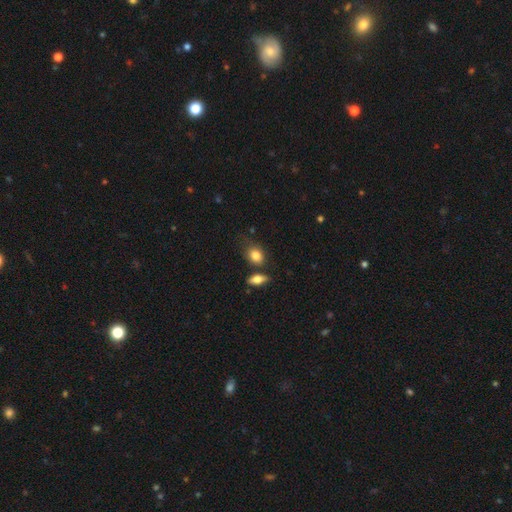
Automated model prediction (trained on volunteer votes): smooth-or-featured: smooth: 83% | featured or disk: 9% | star or artifact: 8%
  how-rounded: in between: 66% | round: 31% | cigar-shaped: 3%
  merging: none: 62% | minor disturbance: 21% | merger: 12% | major disturbance: 6%